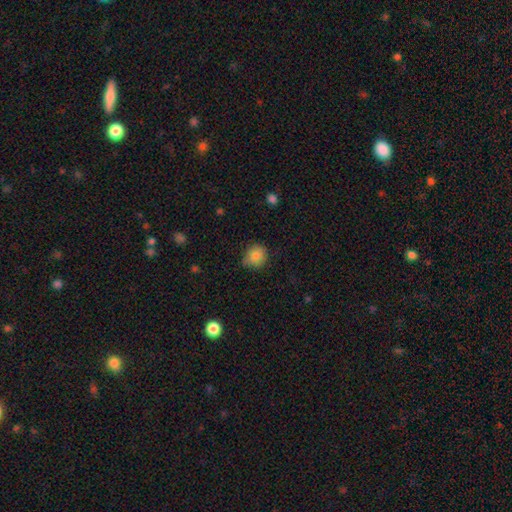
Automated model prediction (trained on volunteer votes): smooth-or-featured: smooth: 84% | star or artifact: 10% | featured or disk: 7%
  how-rounded: round: 82% | in between: 18% | cigar-shaped: 1%
  merging: none: 70% | minor disturbance: 24% | major disturbance: 4% | merger: 2%